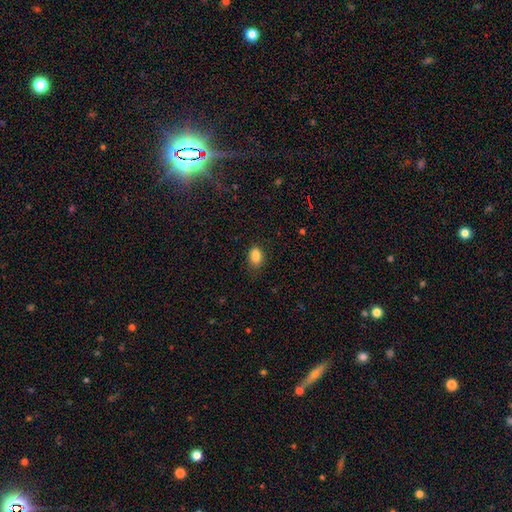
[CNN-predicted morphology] Q: Smooth or featured?
A: smooth (85%); runner-up: star or artifact (10%)
Q: How rounded?
A: in between (81%); runner-up: round (17%)
Q: Merging?
A: none (74%); runner-up: minor disturbance (20%)